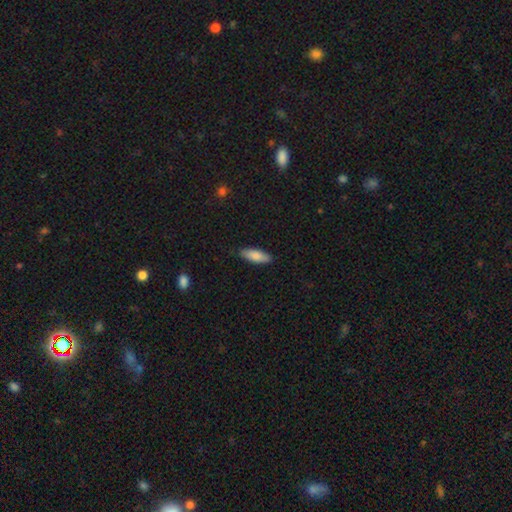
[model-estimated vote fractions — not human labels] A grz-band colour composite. It shows a smooth galaxy with no disk features (85%) that is in between round and cigar-shaped (62%). Merging: none (86%).